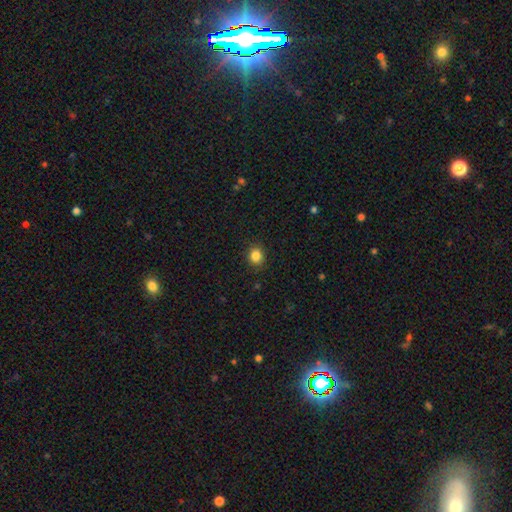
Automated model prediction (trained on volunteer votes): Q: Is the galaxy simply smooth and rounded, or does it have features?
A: smooth — 85%.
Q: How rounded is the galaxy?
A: round — 80%.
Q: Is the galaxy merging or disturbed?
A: none — 89%.